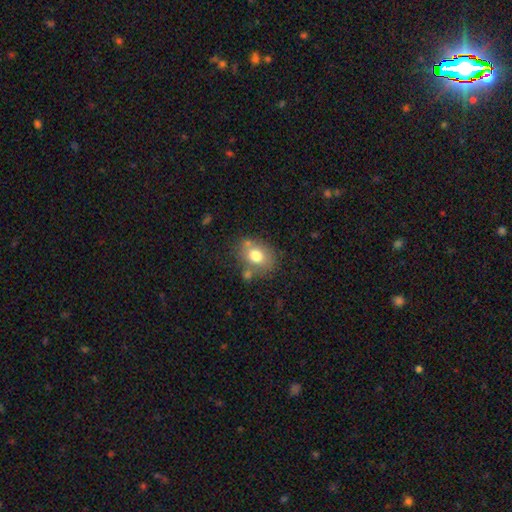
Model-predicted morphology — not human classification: The model was most divided on "how rounded": in between: 57%, round: 42%, cigar-shaped: 1%. More confident: smooth or featured — smooth (73%); merging — none (64%).